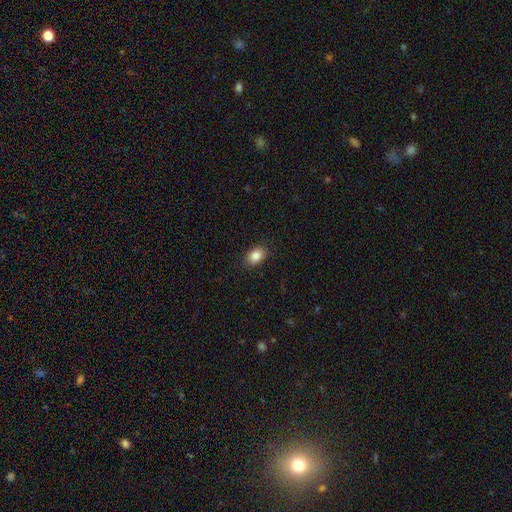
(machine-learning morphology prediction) Smooth or featured: smooth — 87% (star or artifact — 8%)
How rounded: in between — 81% (round — 18%)
Merging: none — 88% (minor disturbance — 9%)